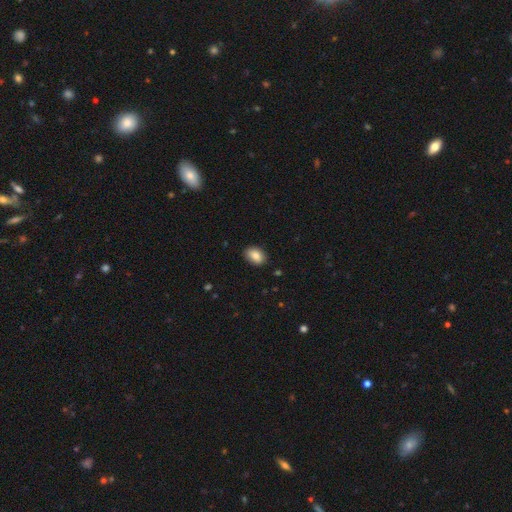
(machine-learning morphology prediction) Smooth or featured: smooth — 86% (star or artifact — 8%)
How rounded: in between — 85% (round — 14%)
Merging: none — 88% (minor disturbance — 9%)